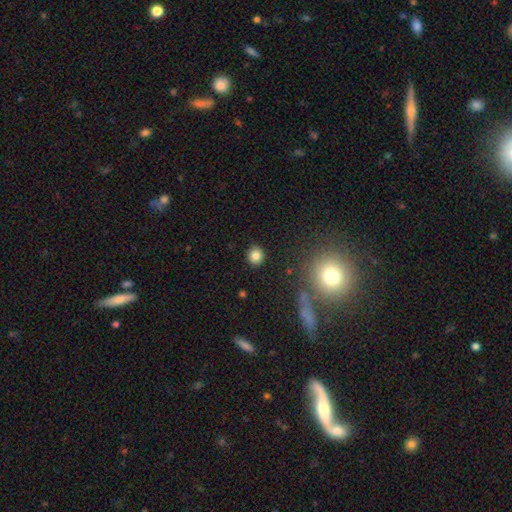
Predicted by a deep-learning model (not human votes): Morphology: type=smooth (82%); roundness=round (85%); merging=none (90%).